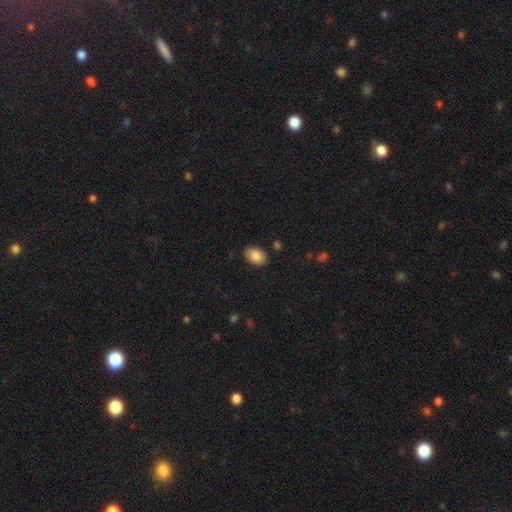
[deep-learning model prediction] A smooth galaxy with no disk features (85%) that is in between round and cigar-shaped (86%). Merging: none (86%).